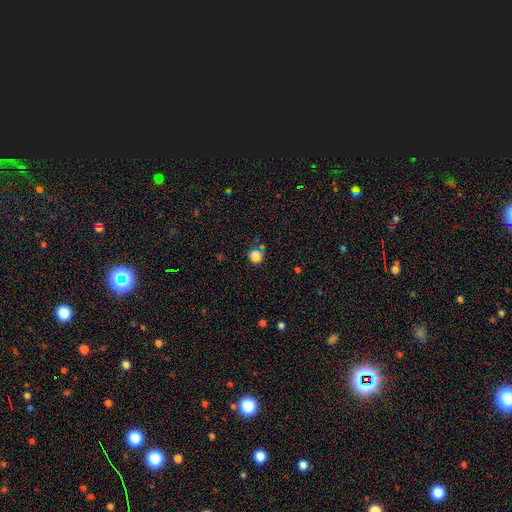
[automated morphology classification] Smooth or featured? Predicted: smooth (p=0.68). How rounded? Predicted: round (p=0.83). Merging? Predicted: none (p=0.79).